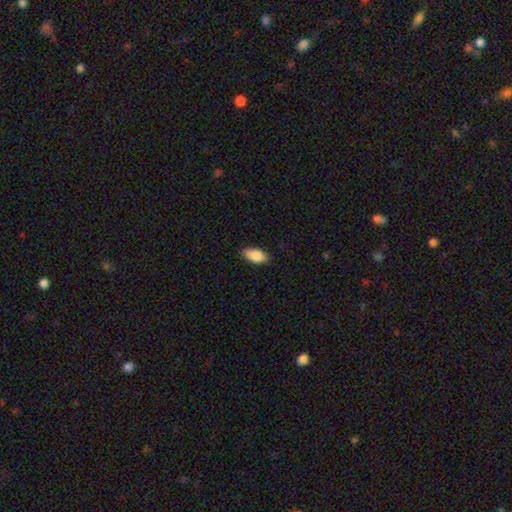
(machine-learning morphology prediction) The model was most divided on "merging": none: 87%, minor disturbance: 10%, major disturbance: 2%, merger: 1%. More confident: how rounded — in between (93%); smooth or featured — smooth (85%).